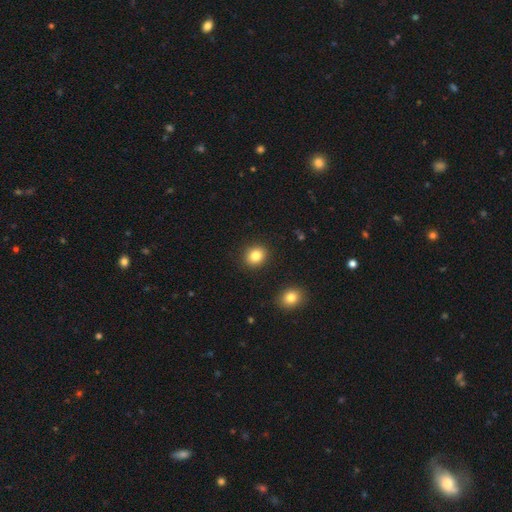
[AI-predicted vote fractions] Smooth or featured?
  - smooth: 83% *
  - star or artifact: 10%
  - featured or disk: 6%
How rounded?
  - round: 71% *
  - in between: 28%
  - cigar-shaped: 1%
Merging?
  - none: 90% *
  - minor disturbance: 6%
  - major disturbance: 2%
  - merger: 2%